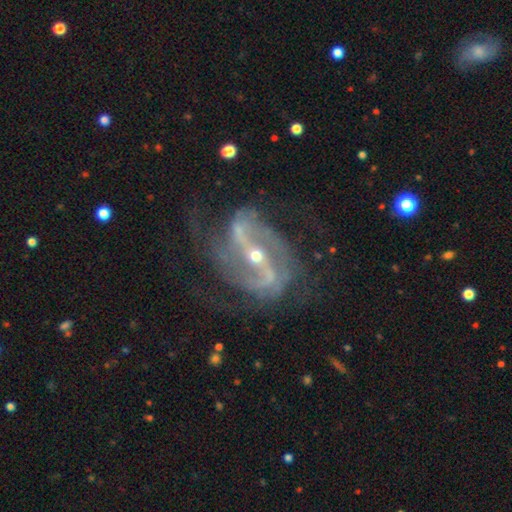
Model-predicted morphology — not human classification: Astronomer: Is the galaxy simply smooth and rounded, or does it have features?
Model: featured or disk — 91%.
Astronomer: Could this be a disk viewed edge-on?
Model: no — 96%.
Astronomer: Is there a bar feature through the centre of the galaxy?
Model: strong — 70%.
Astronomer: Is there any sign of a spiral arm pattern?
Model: yes — 96%.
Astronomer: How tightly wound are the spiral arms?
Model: medium — 46% (runner-up: loose, 33%).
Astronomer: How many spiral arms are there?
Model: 2 — 75%.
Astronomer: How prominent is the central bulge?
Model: small — 65%.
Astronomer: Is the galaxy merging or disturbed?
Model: none — 61%.